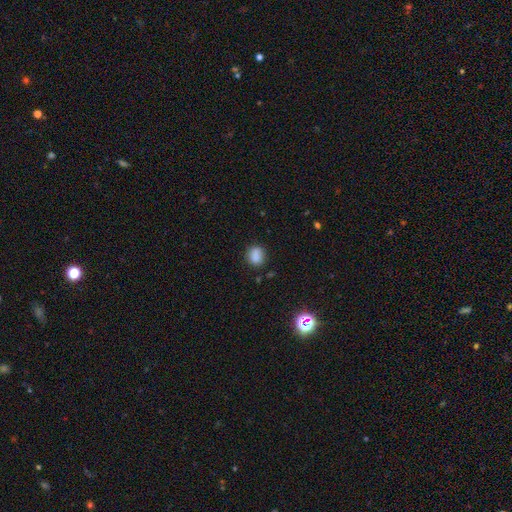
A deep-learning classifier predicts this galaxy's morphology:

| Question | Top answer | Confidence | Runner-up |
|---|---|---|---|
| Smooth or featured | smooth | 84% | star or artifact (11%) |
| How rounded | round | 59% | in between (39%) |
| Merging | none | 77% | minor disturbance (16%) |